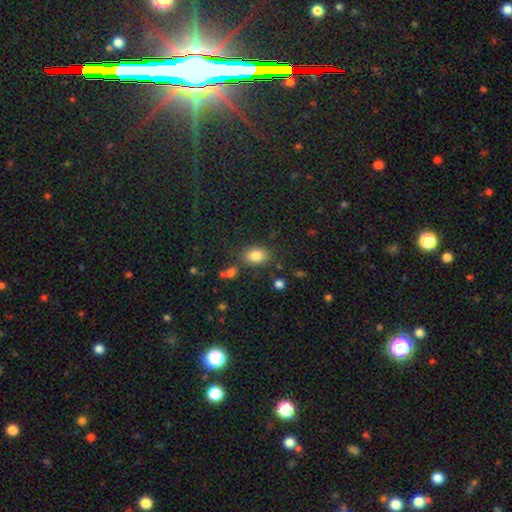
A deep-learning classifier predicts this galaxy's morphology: smooth 83%, star or artifact 10%, featured or disk 7%. Down the decision tree: how rounded — in between (77%); merging — none (77%).